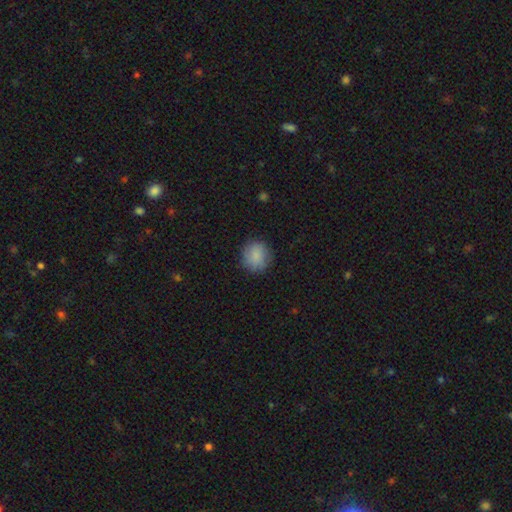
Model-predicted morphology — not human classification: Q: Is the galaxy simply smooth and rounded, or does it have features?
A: smooth — 86%.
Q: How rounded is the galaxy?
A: round — 87%.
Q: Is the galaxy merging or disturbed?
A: none — 83%.